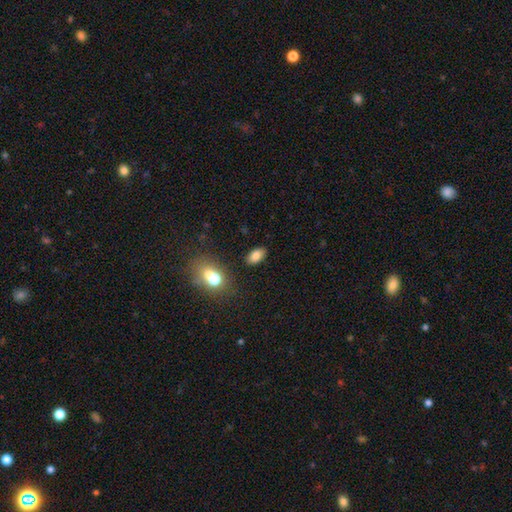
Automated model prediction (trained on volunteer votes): Smooth or featured? Predicted: smooth (p=0.82). How rounded? Predicted: in between (p=0.91). Merging? Predicted: none (p=0.85).